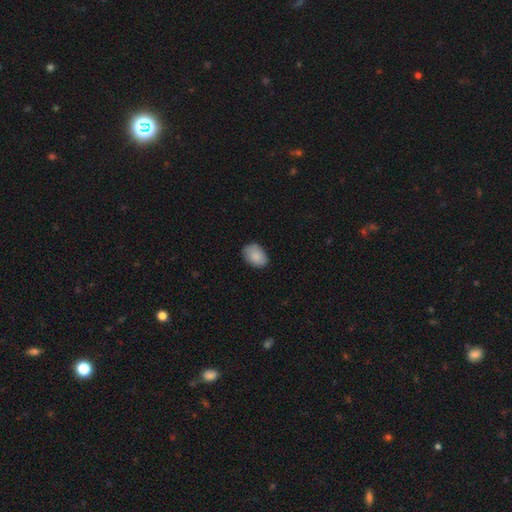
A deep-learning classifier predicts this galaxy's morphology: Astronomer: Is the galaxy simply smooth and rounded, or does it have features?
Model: smooth — 87%.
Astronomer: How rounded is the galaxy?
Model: in between — 83%.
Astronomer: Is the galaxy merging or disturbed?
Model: none — 82%.